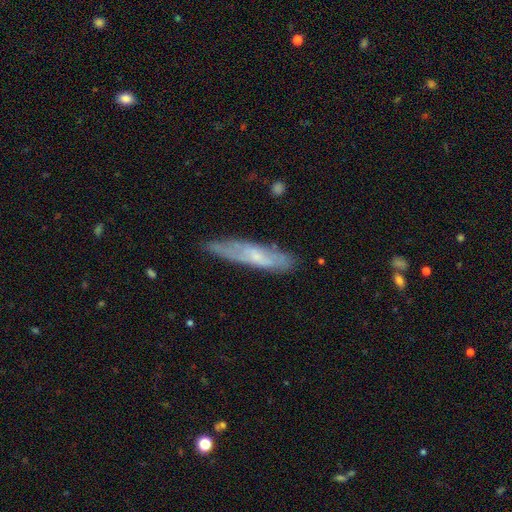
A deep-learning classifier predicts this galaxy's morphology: This is possibly a featured or disk galaxy (51%). It is possibly viewed edge-on (54%). Merging: likely none (71%).